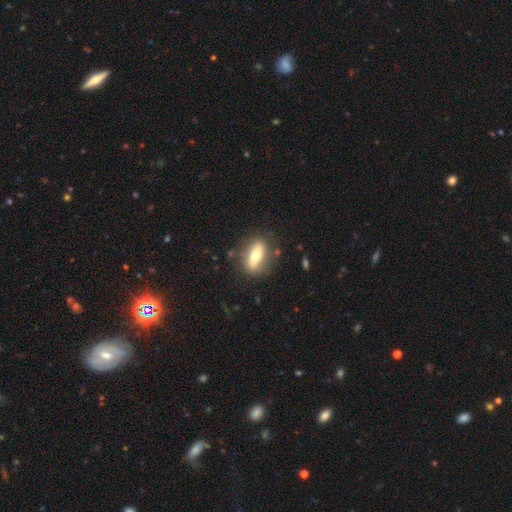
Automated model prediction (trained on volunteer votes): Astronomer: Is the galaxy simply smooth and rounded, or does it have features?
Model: smooth — 53% (runner-up: featured or disk, 40%).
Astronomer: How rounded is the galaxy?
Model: in between — 74%.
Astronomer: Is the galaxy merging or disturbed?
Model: none — 78%.